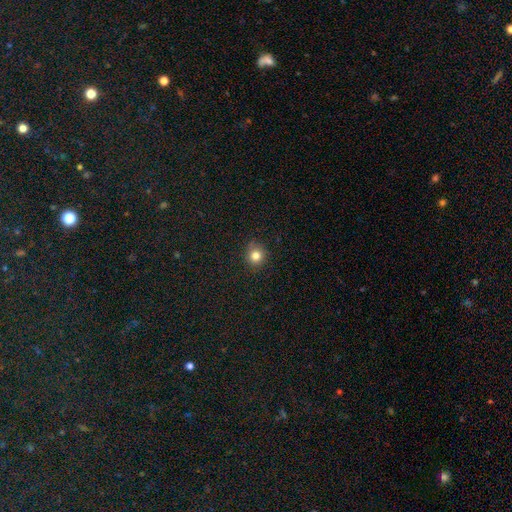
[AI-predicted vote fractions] This is clearly a smooth galaxy (82%). How rounded: clearly round (90%). Merging: clearly none (86%).